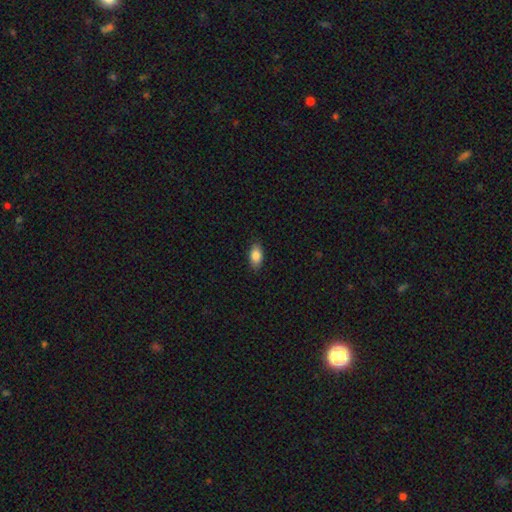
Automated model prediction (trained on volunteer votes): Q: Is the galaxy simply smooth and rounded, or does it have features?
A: smooth — 86%.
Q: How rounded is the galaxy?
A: in between — 92%.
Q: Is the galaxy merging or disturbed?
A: none — 87%.